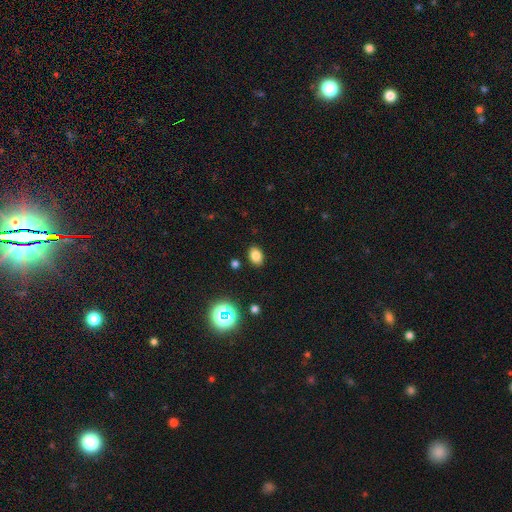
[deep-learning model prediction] Smooth or featured: smooth — 80% (star or artifact — 14%)
How rounded: in between — 79% (round — 20%)
Merging: none — 88% (minor disturbance — 8%)